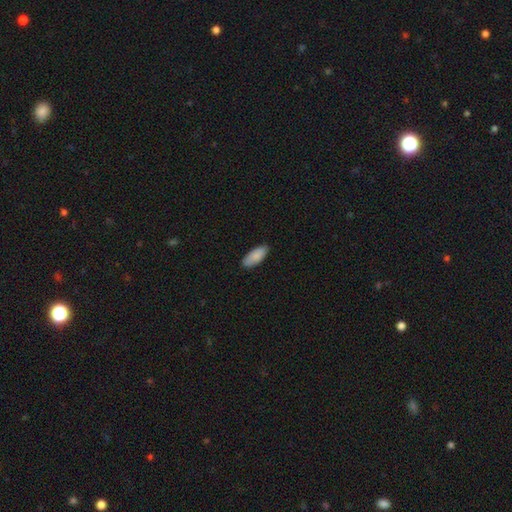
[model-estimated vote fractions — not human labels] smooth-or-featured: smooth: 88% | featured or disk: 6% | star or artifact: 6%
  how-rounded: in between: 84% | cigar-shaped: 14% | round: 2%
  merging: none: 87% | minor disturbance: 10% | major disturbance: 2% | merger: 1%